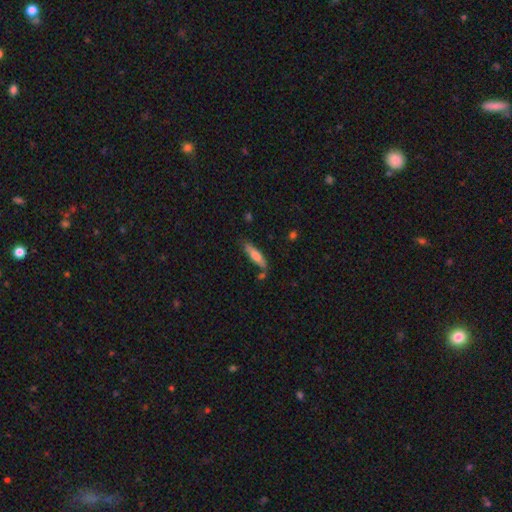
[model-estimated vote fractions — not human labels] A smooth galaxy with no disk features (72%) that is cigar-shaped (77%).

Vote fractions:
- Smooth or featured? smooth: 72% / featured or disk: 22% / star or artifact: 6%
- How rounded? cigar-shaped: 77% / in between: 22% / round: 2%
- Merging? none: 71% / minor disturbance: 18% / merger: 7% / major disturbance: 4%